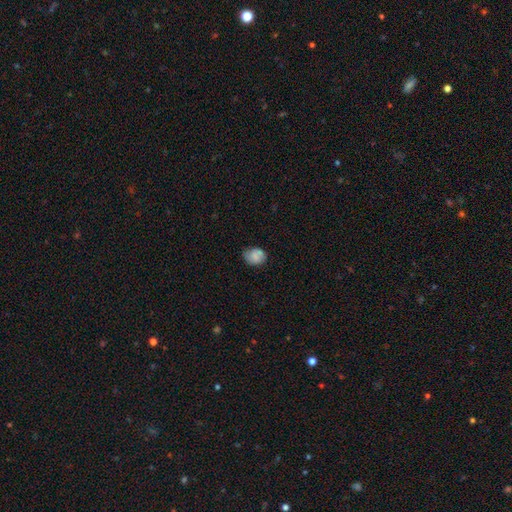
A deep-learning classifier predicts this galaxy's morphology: This appears to be a smooth galaxy with no disk features (65%) that is in between round and cigar-shaped (54%). Merging: none (68%).